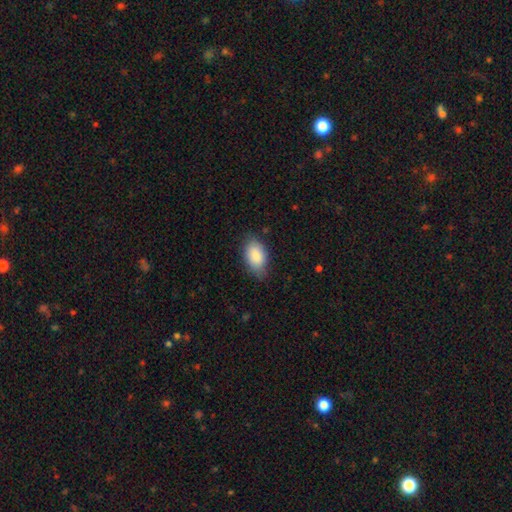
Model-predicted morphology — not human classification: A smooth galaxy with no disk features (87%) that is in between round and cigar-shaped (92%). Merging: none (73%).